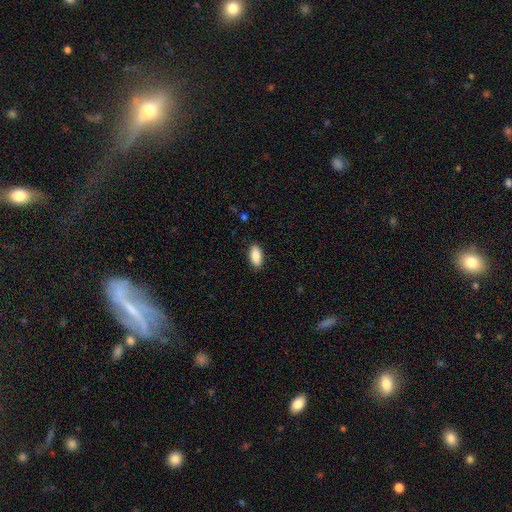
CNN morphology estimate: Overall: smooth (89%). How rounded: in between (91%). Merging: none (88%).